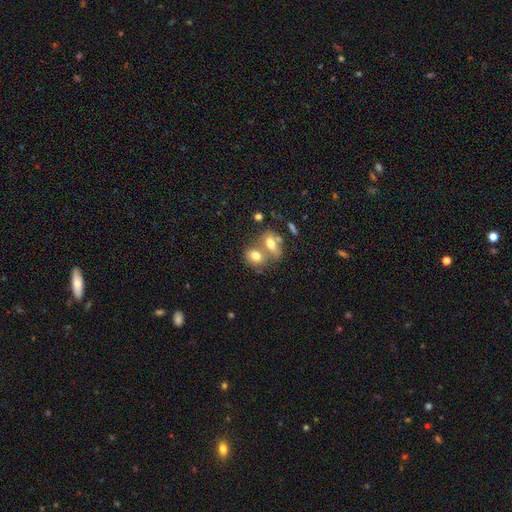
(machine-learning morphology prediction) smooth_or_featured: smooth (p=0.74) [alt: featured or disk p=0.17]
how_rounded: in between (p=0.58) [alt: round p=0.40]
merging: merger (p=0.56) [alt: none p=0.31]